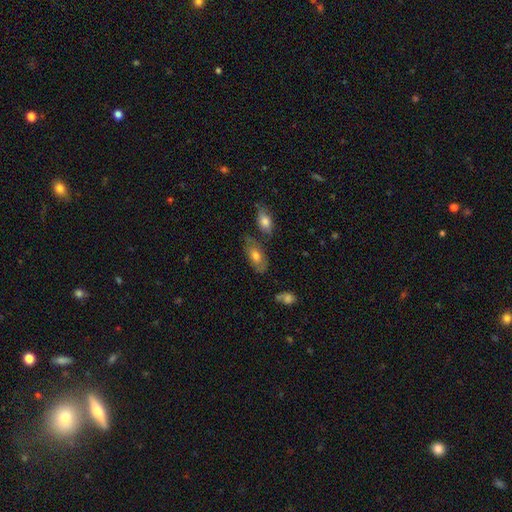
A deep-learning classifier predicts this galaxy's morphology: type=smooth (66%); roundness=in between (90%); merging=none (58%).